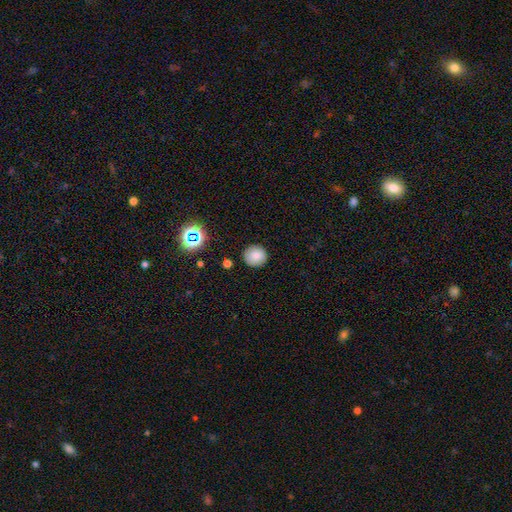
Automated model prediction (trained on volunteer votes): smooth_or_featured: smooth (p=0.83) [alt: star or artifact p=0.11]
how_rounded: round (p=0.93) [alt: in between p=0.06]
merging: none (p=0.88) [alt: minor disturbance p=0.08]